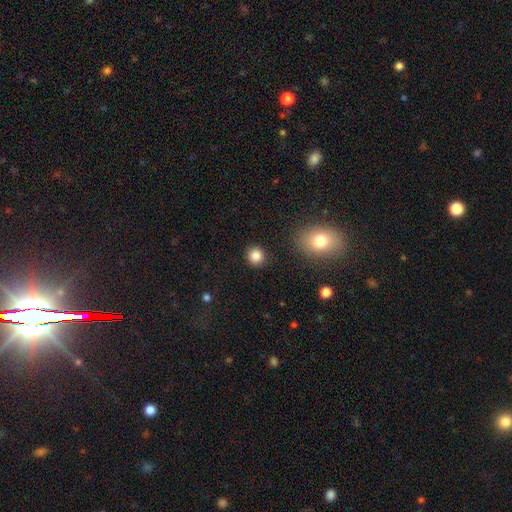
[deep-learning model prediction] The model was most divided on "smooth or featured": smooth: 85%, star or artifact: 11%, featured or disk: 4%. More confident: merging — none (90%); how rounded — round (90%).